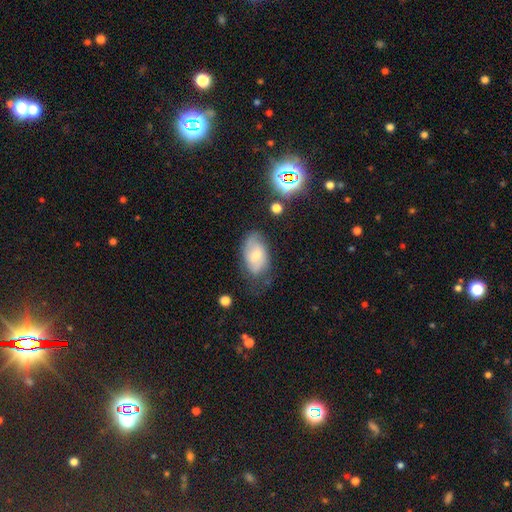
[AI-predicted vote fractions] Q: Smooth or featured?
A: smooth (54%); runner-up: featured or disk (37%)
Q: How rounded?
A: in between (92%); runner-up: round (6%)
Q: Merging?
A: none (54%); runner-up: minor disturbance (29%)